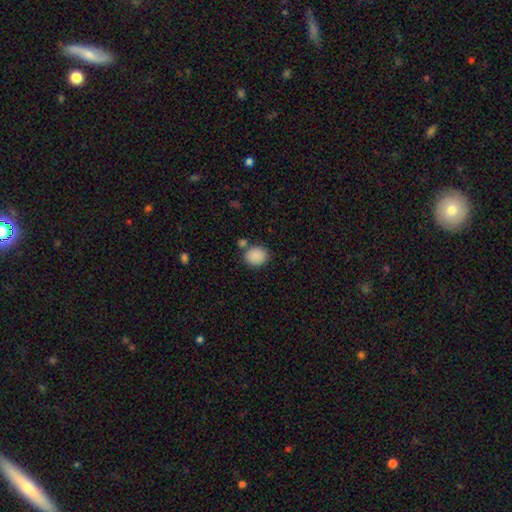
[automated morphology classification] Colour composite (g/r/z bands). It shows a smooth galaxy with no disk features (89%) that is round (67%). Merging: none (74%).